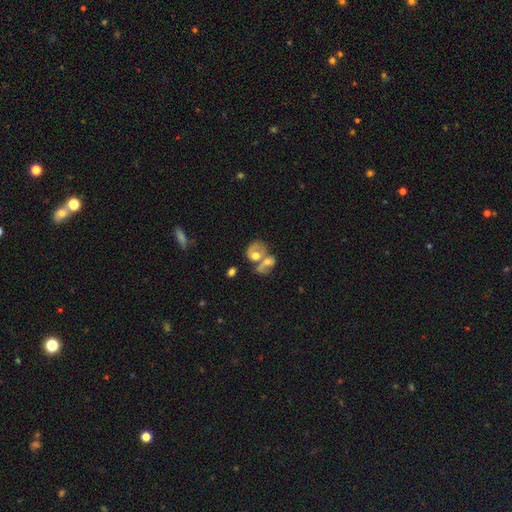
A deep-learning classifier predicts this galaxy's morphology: The model was most divided on "smooth or featured": smooth: 48%, featured or disk: 43%, star or artifact: 9%. More confident: merging — merger (65%).